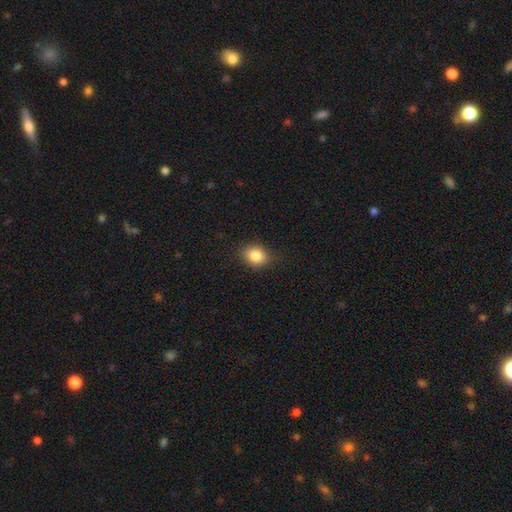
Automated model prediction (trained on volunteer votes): Smooth or featured: smooth — 85% (star or artifact — 10%)
How rounded: round — 55% (in between — 44%)
Merging: none — 85% (minor disturbance — 11%)